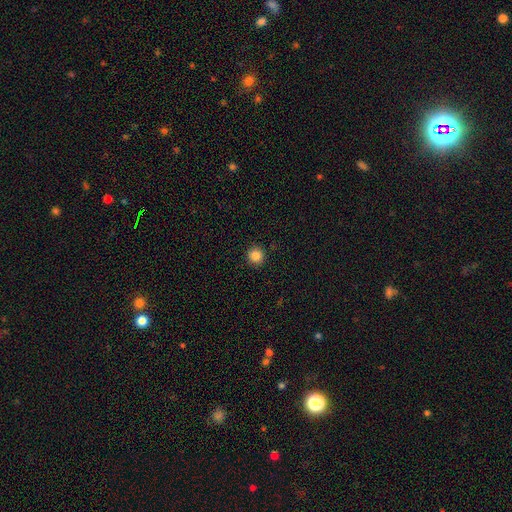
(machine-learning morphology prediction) Smooth or featured: smooth — 85% (star or artifact — 11%)
How rounded: round — 94% (in between — 5%)
Merging: none — 92% (minor disturbance — 6%)